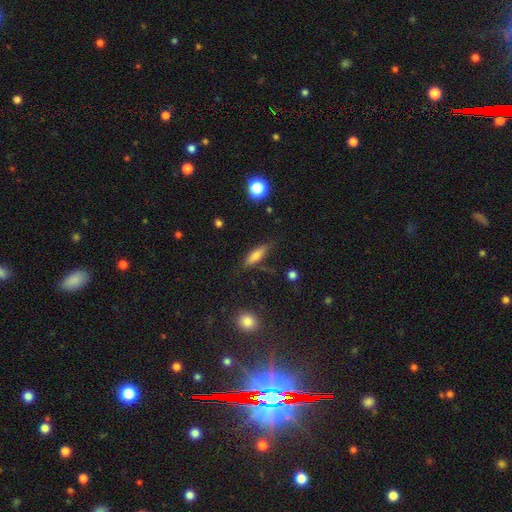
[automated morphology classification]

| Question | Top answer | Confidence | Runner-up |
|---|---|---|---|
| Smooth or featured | smooth | 65% | featured or disk (26%) |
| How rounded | cigar-shaped | 55% | in between (42%) |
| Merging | none | 73% | minor disturbance (19%) |